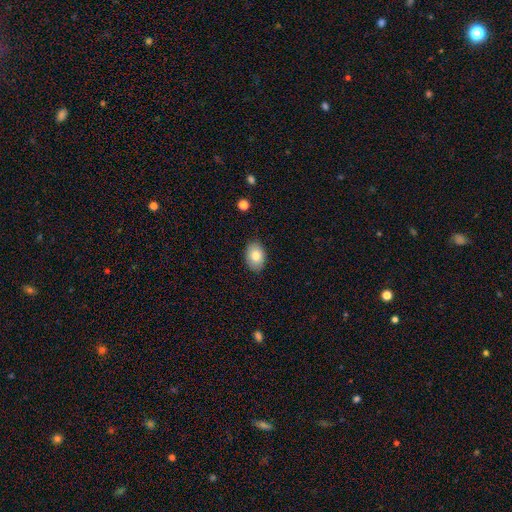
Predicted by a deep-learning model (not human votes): The model was most divided on "how rounded": in between: 83%, round: 16%, cigar-shaped: 1%. More confident: merging — none (86%); smooth or featured — smooth (83%).